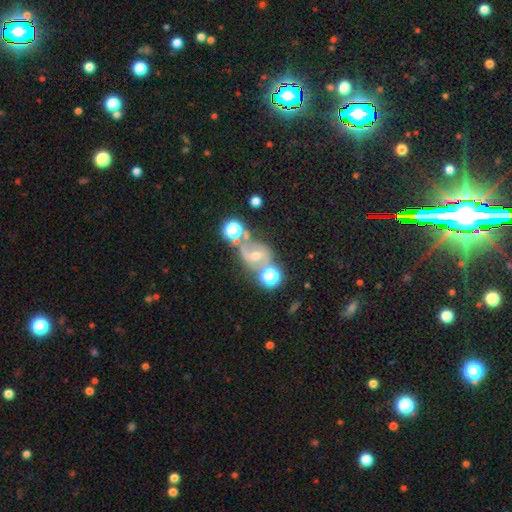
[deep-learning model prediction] A featured or disk galaxy (50%).

Vote fractions:
- Smooth or featured? featured or disk: 50% / star or artifact: 28% / smooth: 23%
- Merging? none: 50% / merger: 21% / minor disturbance: 16% / major disturbance: 13%